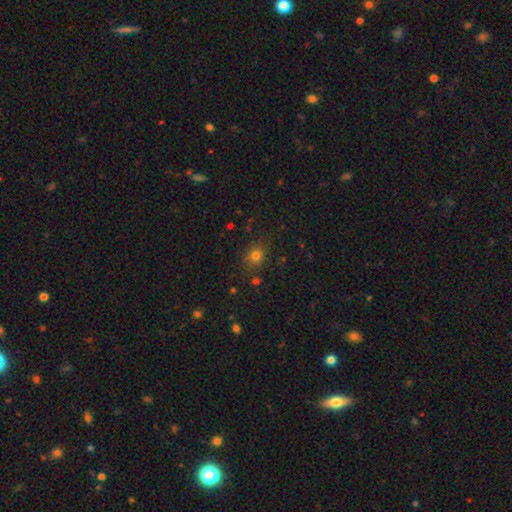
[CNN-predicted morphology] This is likely a smooth galaxy (74%). How rounded: likely round (62%). Merging: clearly none (81%).